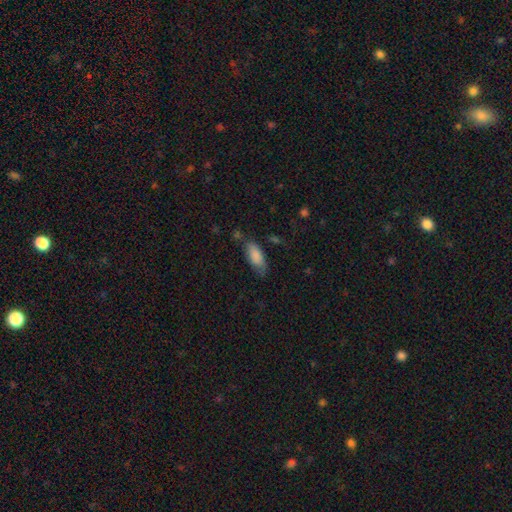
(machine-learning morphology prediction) Smooth or featured?
  - smooth: 84% *
  - featured or disk: 9%
  - star or artifact: 7%
How rounded?
  - in between: 82% *
  - cigar-shaped: 16%
  - round: 2%
Merging?
  - none: 61% *
  - minor disturbance: 27%
  - major disturbance: 8%
  - merger: 4%